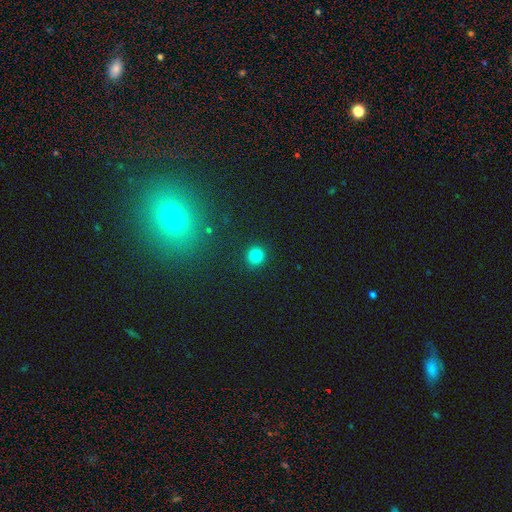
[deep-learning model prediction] A smooth galaxy with no disk features (83%) that is round (90%). Merging: none (91%).